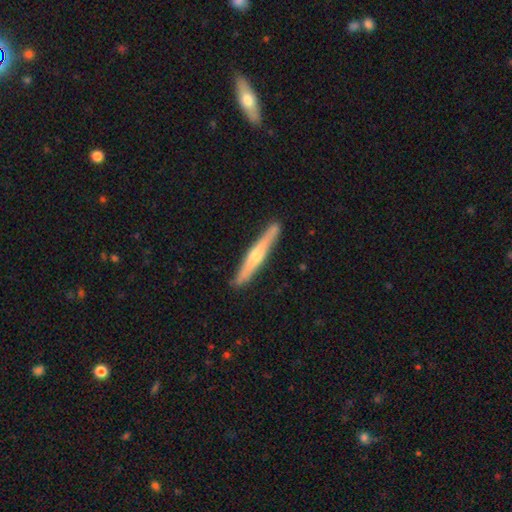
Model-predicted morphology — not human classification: Overall: featured or disk (61%; smooth 34%). Edge-on disk: yes (96%). Edge-on bulge: rounded (80%). Merging: none (90%).